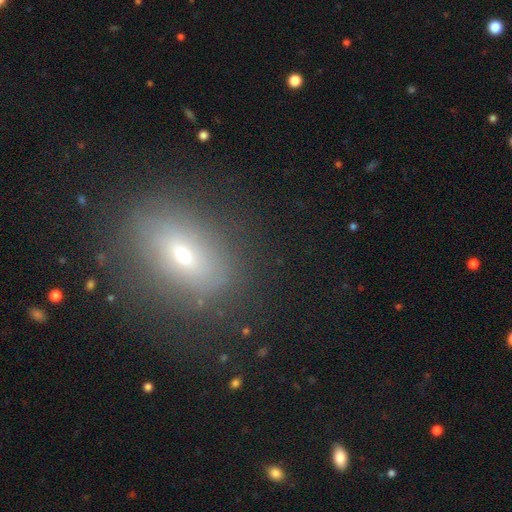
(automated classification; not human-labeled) This appears to be a smooth galaxy with no disk features (53%) that is in between round and cigar-shaped (69%). Merging: none (82%).